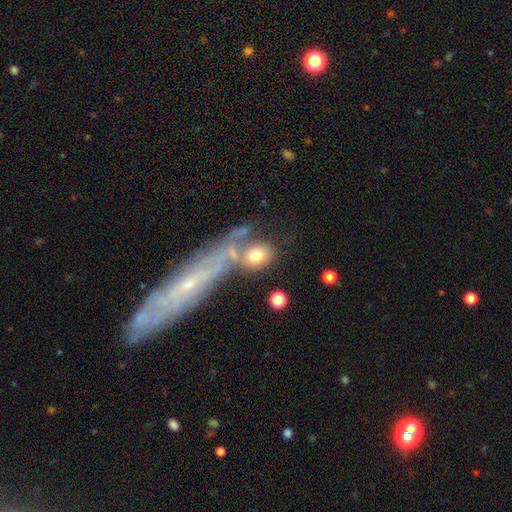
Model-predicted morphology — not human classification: This is likely a smooth galaxy (69%). How rounded: possibly in between (54%). Merging: marginally none (39%).